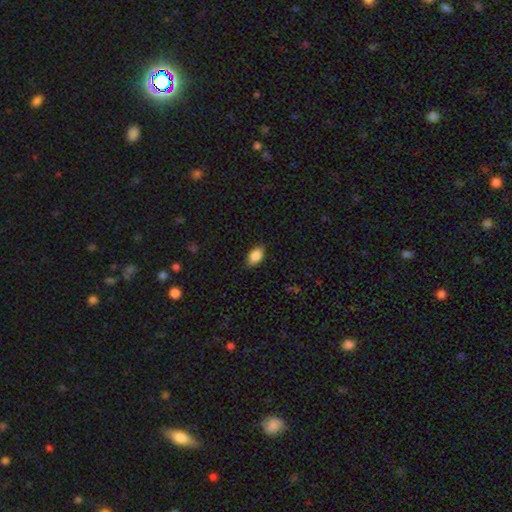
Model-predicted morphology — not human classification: smooth-or-featured: smooth: 86% | star or artifact: 8% | featured or disk: 7%
  how-rounded: in between: 90% | round: 6% | cigar-shaped: 3%
  merging: none: 85% | minor disturbance: 11% | major disturbance: 2% | merger: 1%